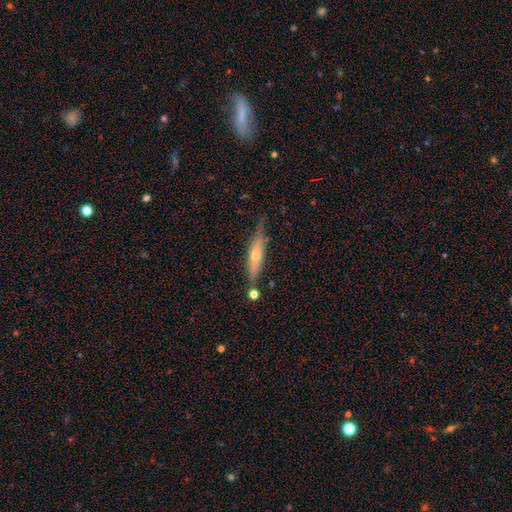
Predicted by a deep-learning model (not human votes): A featured or disk galaxy (55%) viewed edge-on (86%).

Vote fractions:
- Smooth or featured? featured or disk: 55% / smooth: 38% / star or artifact: 7%
- Edge-on disk? yes: 86% / no: 14%
- Merging? none: 71% / minor disturbance: 20% / merger: 6% / major disturbance: 4%